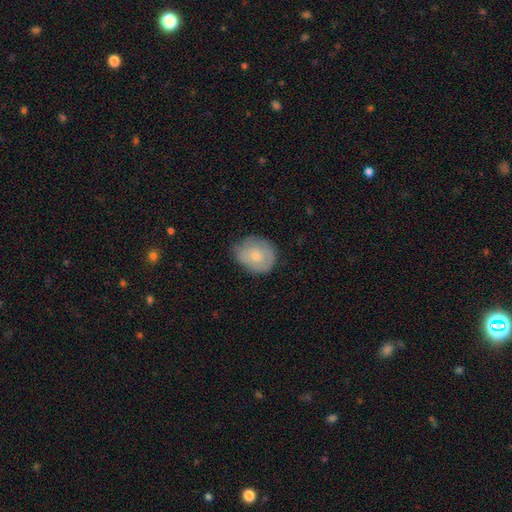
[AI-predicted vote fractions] Morphology: type=smooth (62%); roundness=round (66%); merging=none (63%).